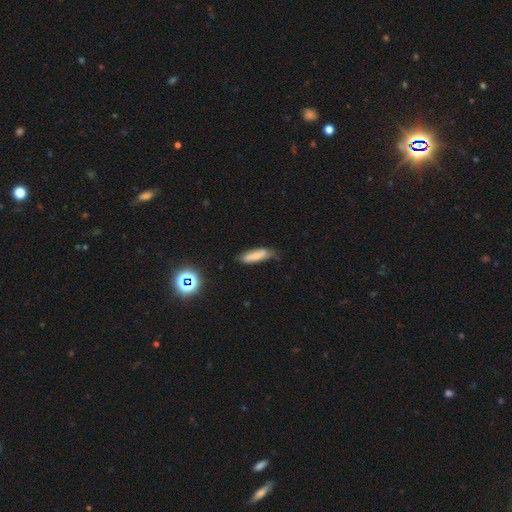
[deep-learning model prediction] Overall: smooth (66%). How rounded: cigar-shaped (58%; in between 40%). Merging: none (58%; minor disturbance 31%).